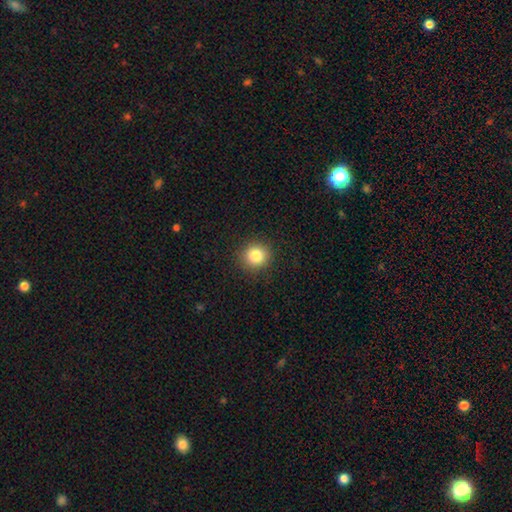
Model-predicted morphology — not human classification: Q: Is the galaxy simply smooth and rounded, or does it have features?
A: smooth — 84%.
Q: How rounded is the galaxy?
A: round — 91%.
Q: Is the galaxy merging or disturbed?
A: none — 91%.